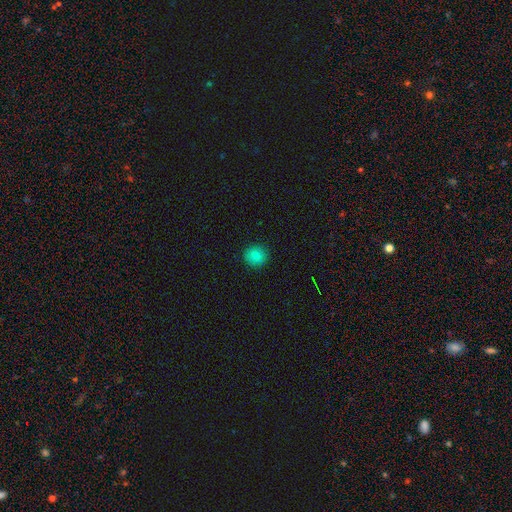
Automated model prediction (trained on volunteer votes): Smooth or featured: smooth — 80% (star or artifact — 12%)
How rounded: round — 92% (in between — 7%)
Merging: none — 92% (minor disturbance — 6%)